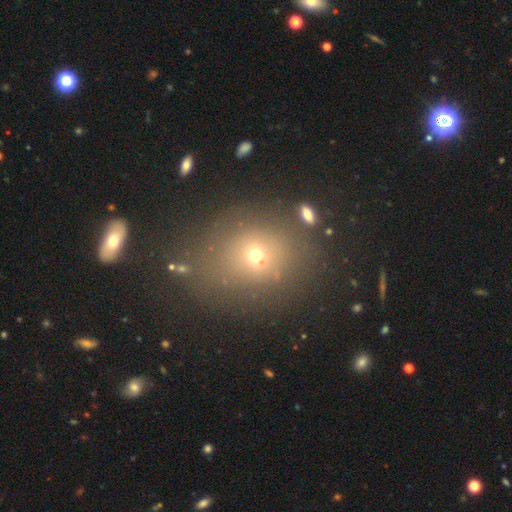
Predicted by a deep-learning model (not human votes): This appears to be a smooth galaxy with no disk features (62%) that is round (65%). Merging: none (70%).